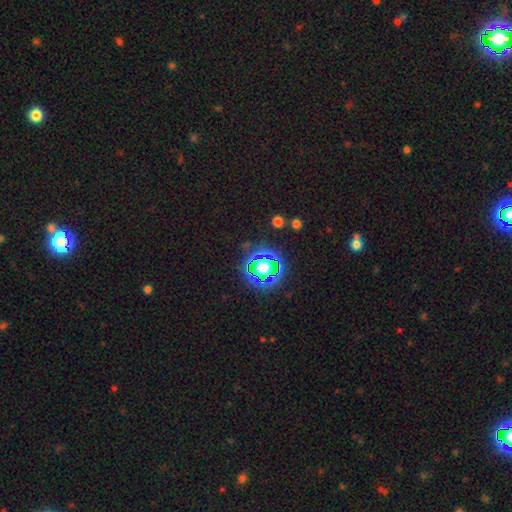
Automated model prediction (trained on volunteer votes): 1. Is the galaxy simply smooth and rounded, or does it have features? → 79% star or artifact, 14% smooth, 7% featured or disk.